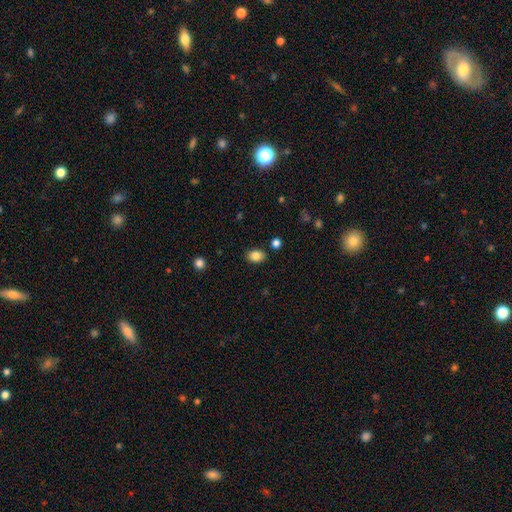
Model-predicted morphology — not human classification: A smooth galaxy with no disk features (85%) that is in between round and cigar-shaped (70%). Merging: none (86%).